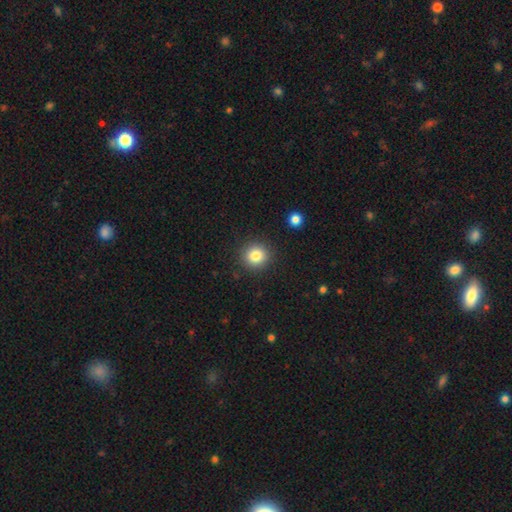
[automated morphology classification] A smooth galaxy with no disk features (82%) that is round (91%). Merging: none (90%).